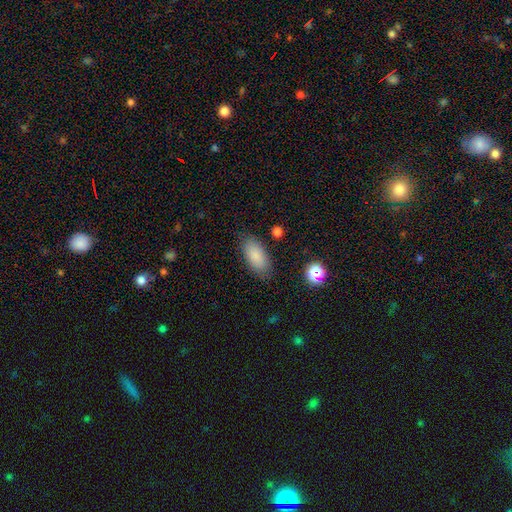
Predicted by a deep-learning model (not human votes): Overall: smooth (85%). How rounded: in between (90%). Merging: none (83%).